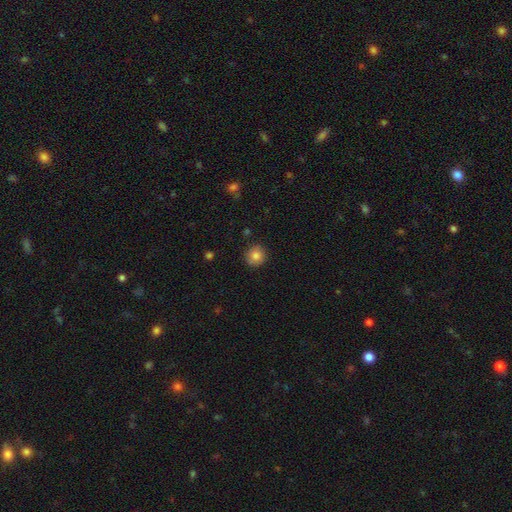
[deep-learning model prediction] A smooth galaxy with no disk features (83%) that is round (90%). Merging: none (89%).